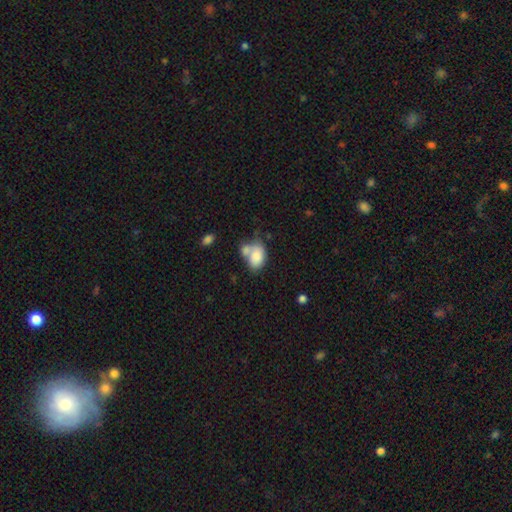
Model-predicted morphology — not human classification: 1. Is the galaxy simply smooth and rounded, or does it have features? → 80% smooth, 12% featured or disk, 8% star or artifact.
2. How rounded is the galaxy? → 84% in between, 14% round, 1% cigar-shaped.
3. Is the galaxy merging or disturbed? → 46% merger, 31% none, 15% minor disturbance, 7% major disturbance.